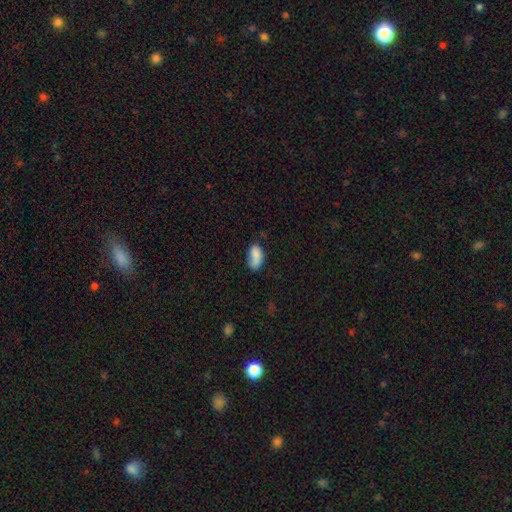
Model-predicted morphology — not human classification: smooth 81%, featured or disk 11%, star or artifact 8%. Down the decision tree: how rounded — in between (93%); merging — none (53%).